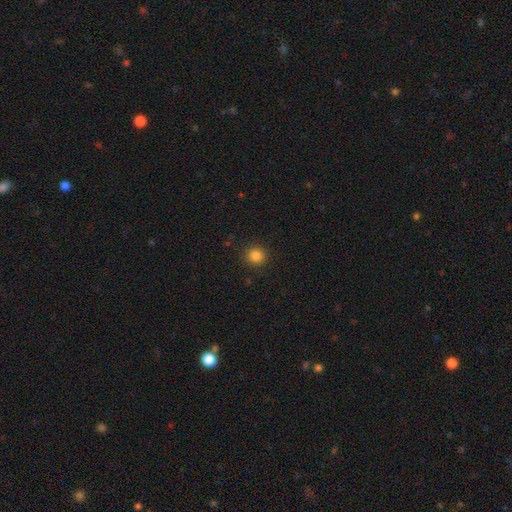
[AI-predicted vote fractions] Overall: smooth (84%). How rounded: round (92%). Merging: none (91%).